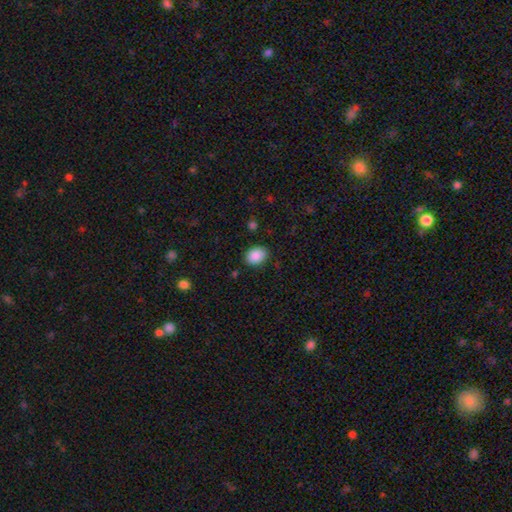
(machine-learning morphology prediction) A smooth galaxy with no disk features (89%) that is in between round and cigar-shaped (66%). Merging: none (87%).